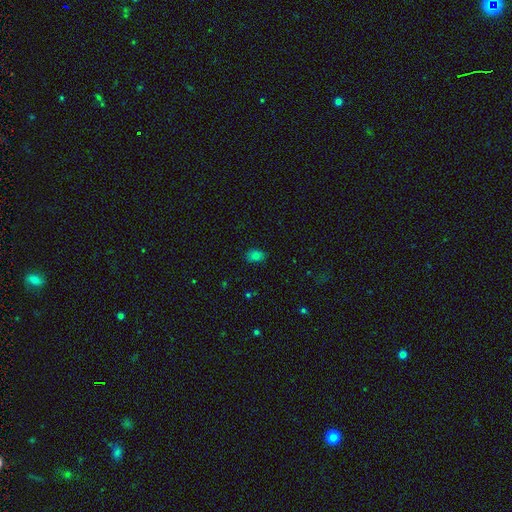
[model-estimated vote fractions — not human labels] smooth_or_featured: smooth (p=0.80) [alt: star or artifact p=0.14]
how_rounded: in between (p=0.77) [alt: round p=0.22]
merging: none (p=0.83) [alt: minor disturbance p=0.13]